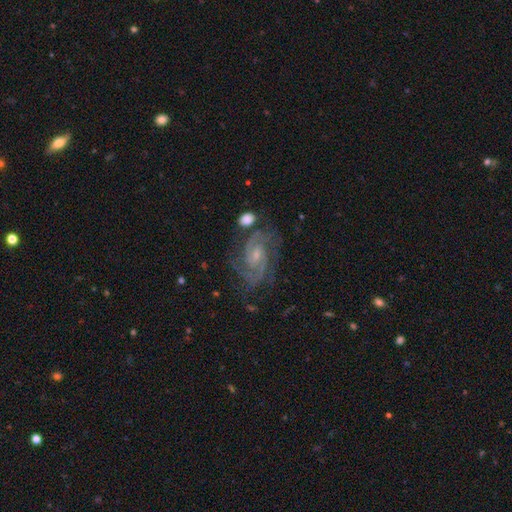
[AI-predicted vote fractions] Overall: featured or disk (85%). Edge-on disk: no (97%). Bar: no (51%; weak 40%). Spiral arms: yes (97%). Spiral arm count: 2 (52%; 3 20%). Spiral winding: tight (48%; medium 43%). Bulge size: small (61%; moderate 31%). Merging: none (72%).